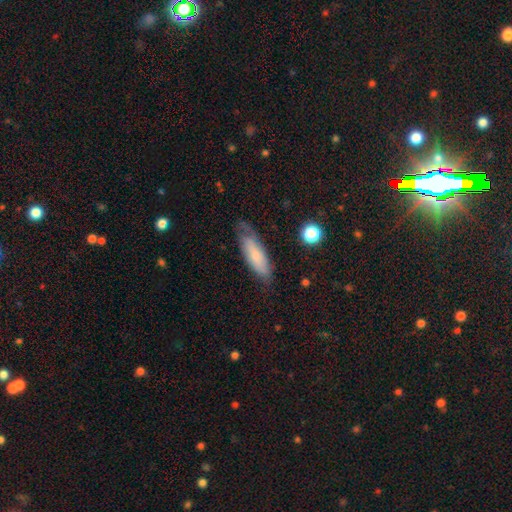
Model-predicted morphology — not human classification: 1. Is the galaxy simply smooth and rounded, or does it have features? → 65% smooth, 28% featured or disk, 7% star or artifact.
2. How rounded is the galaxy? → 53% in between, 45% cigar-shaped, 2% round.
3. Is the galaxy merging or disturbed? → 63% none, 27% minor disturbance, 8% major disturbance, 2% merger.